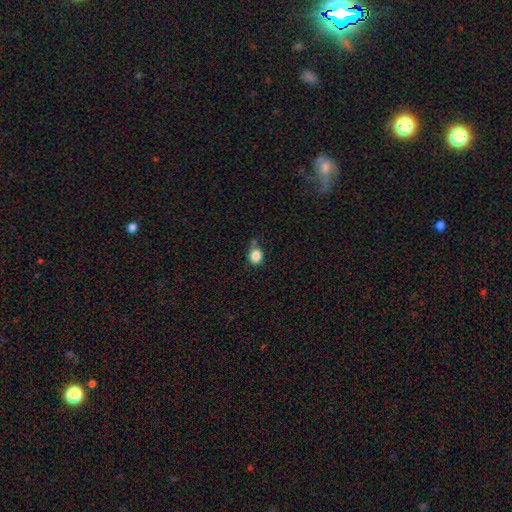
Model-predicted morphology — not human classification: Smooth or featured? Predicted: smooth (p=0.85). How rounded? Predicted: round (p=0.69). Merging? Predicted: none (p=0.63).